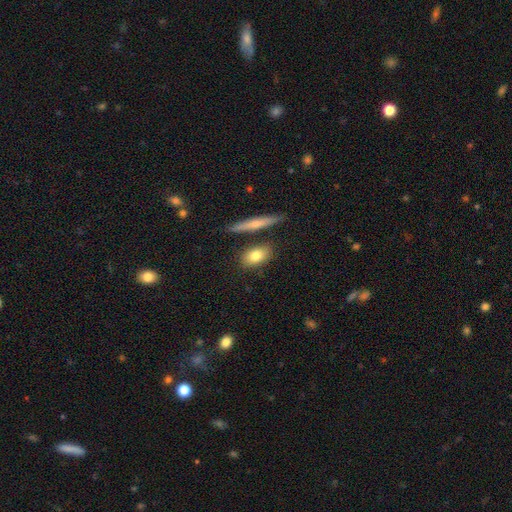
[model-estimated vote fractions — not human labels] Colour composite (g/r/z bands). It shows a smooth galaxy with no disk features (77%) that is in between round and cigar-shaped (75%). Merging: none (75%).